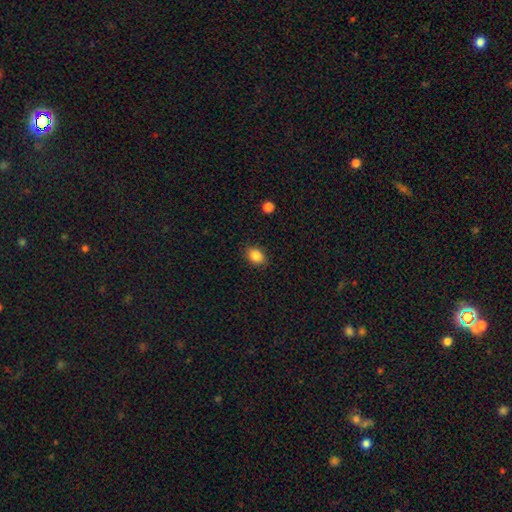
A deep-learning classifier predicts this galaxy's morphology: This is clearly a smooth galaxy (87%). How rounded: likely in between (71%). Merging: clearly none (85%).